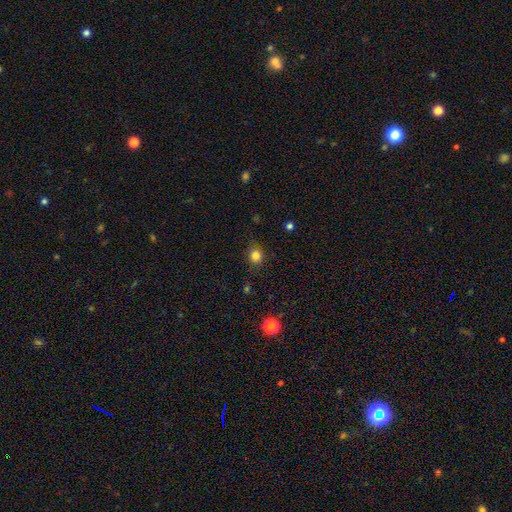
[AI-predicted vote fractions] Smooth or featured? smooth (82%)
How rounded? round (72%)
Merging? none (84%)